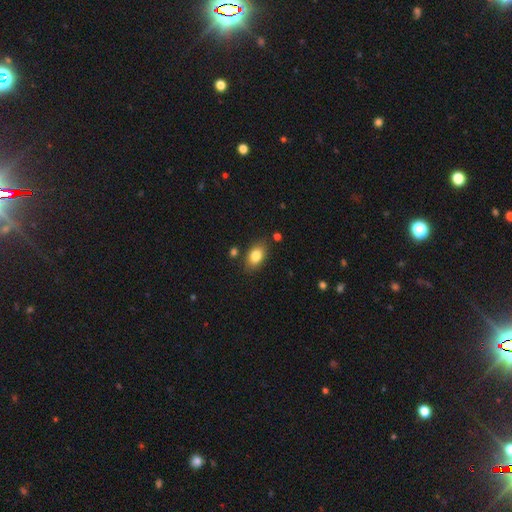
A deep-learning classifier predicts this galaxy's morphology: type=smooth (82%); roundness=in between (85%); merging=none (81%).